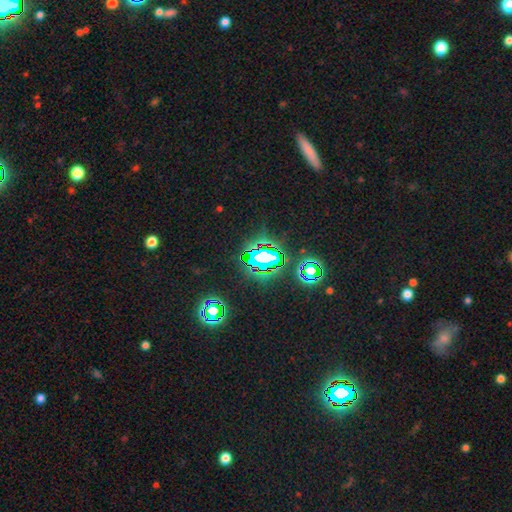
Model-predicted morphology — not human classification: A star or artifact, not a galaxy (76%).

Vote fractions:
- Smooth or featured? star or artifact: 76% / smooth: 13% / featured or disk: 11%